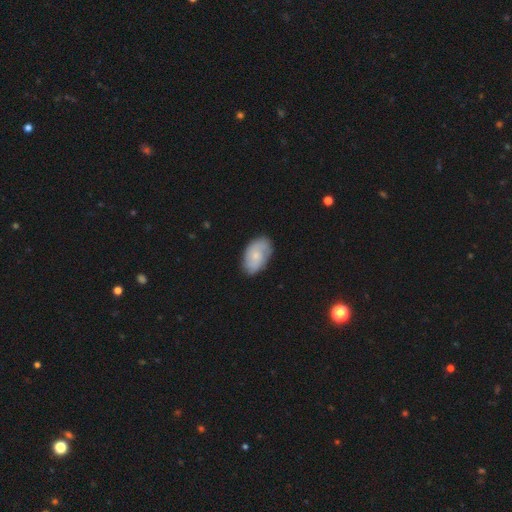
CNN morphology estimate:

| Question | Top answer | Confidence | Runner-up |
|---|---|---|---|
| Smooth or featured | smooth | 56% | featured or disk (38%) |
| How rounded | in between | 91% | round (7%) |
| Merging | none | 76% | minor disturbance (19%) |